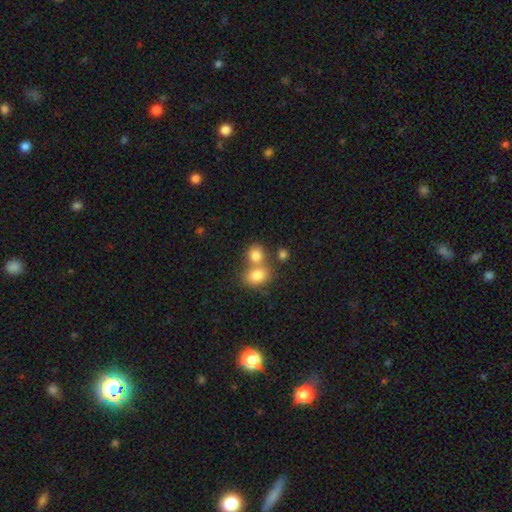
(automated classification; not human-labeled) A smooth galaxy with no disk features (81%) that is round (61%).

Vote fractions:
- Smooth or featured? smooth: 81% / star or artifact: 10% / featured or disk: 9%
- How rounded? round: 61% / in between: 38% / cigar-shaped: 1%
- Merging? merger: 50% / none: 39% / minor disturbance: 8% / major disturbance: 3%